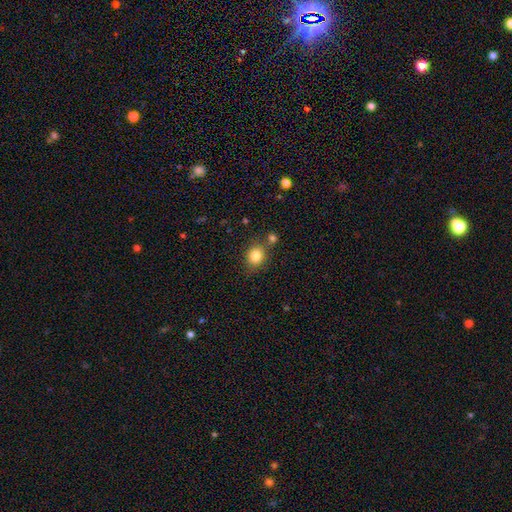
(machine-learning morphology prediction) Overall: smooth (83%). How rounded: round (71%). Merging: none (72%).